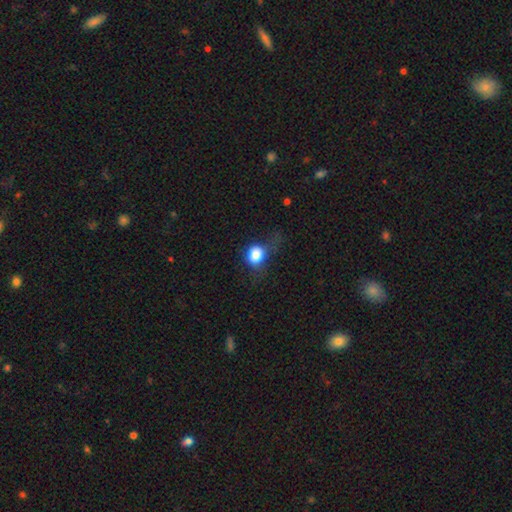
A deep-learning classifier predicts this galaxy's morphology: The model was most divided on "merging": none: 38%, major disturbance: 31%, minor disturbance: 28%, merger: 3%. More confident: smooth or featured — smooth (79%); how rounded — round (64%).